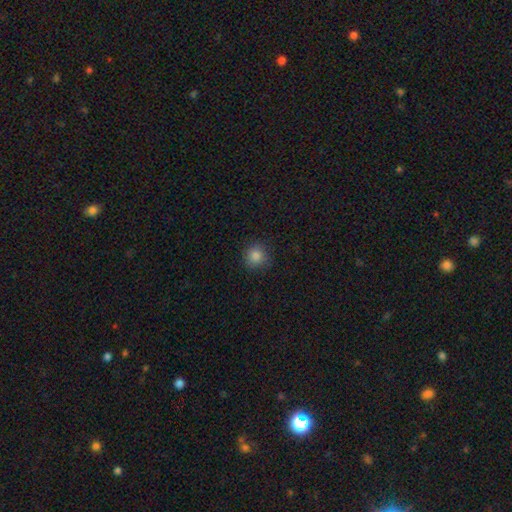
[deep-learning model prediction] smooth_or_featured: smooth (p=0.85) [alt: star or artifact p=0.11]
how_rounded: round (p=0.92) [alt: in between p=0.07]
merging: none (p=0.86) [alt: minor disturbance p=0.10]